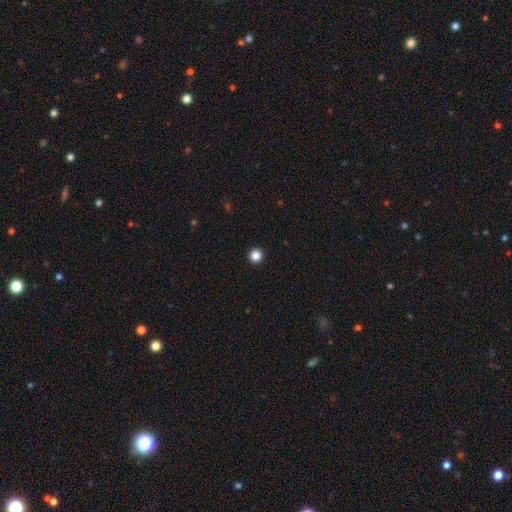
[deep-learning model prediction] Overall: smooth (86%). How rounded: round (96%). Merging: none (94%).